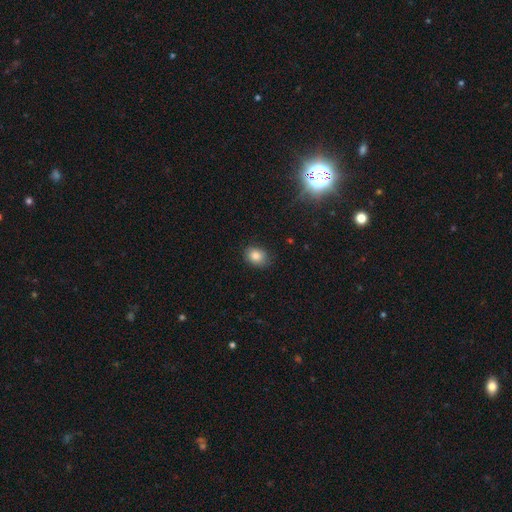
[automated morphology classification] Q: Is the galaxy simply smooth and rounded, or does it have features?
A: smooth — 84%.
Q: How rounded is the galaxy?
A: in between — 57%.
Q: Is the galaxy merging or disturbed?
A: none — 82%.